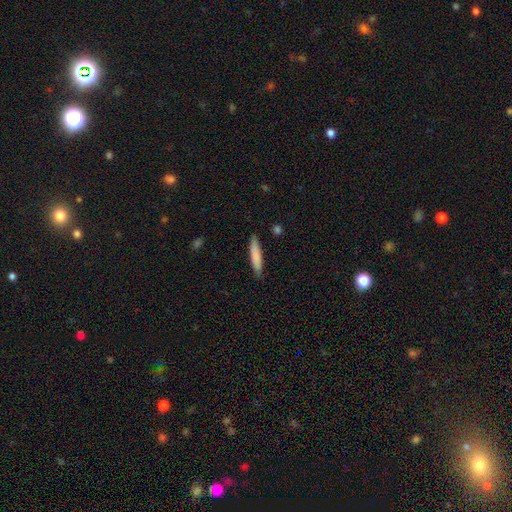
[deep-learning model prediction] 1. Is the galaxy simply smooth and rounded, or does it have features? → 81% smooth, 13% featured or disk, 6% star or artifact.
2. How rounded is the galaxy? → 88% cigar-shaped, 11% in between, 1% round.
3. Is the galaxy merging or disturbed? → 85% none, 12% minor disturbance, 2% major disturbance, 1% merger.